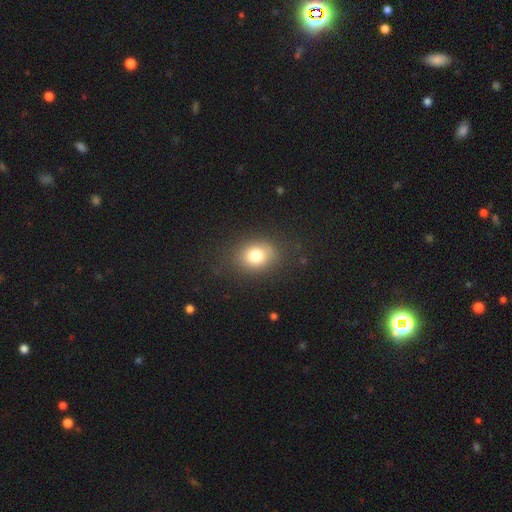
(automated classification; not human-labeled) This is likely a smooth galaxy (78%). How rounded: possibly in between (51%). Merging: clearly none (83%).